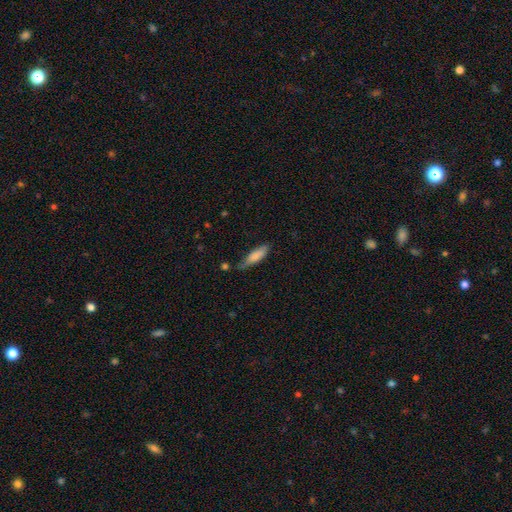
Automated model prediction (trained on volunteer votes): This is likely a smooth galaxy (76%). How rounded: possibly cigar-shaped (50%). Merging: possibly none (50%).